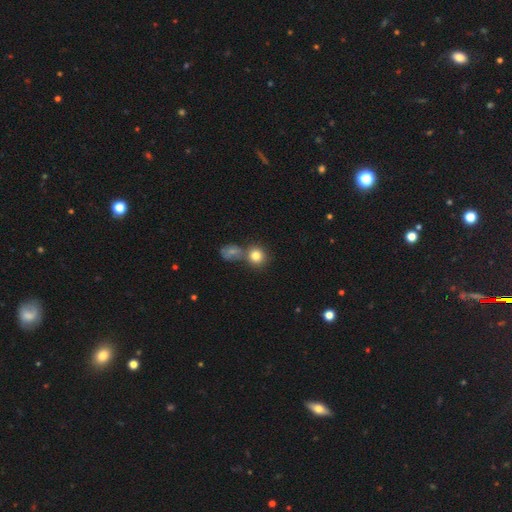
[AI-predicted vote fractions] Smooth or featured? smooth (80%)
How rounded? round (85%)
Merging? none (56%)